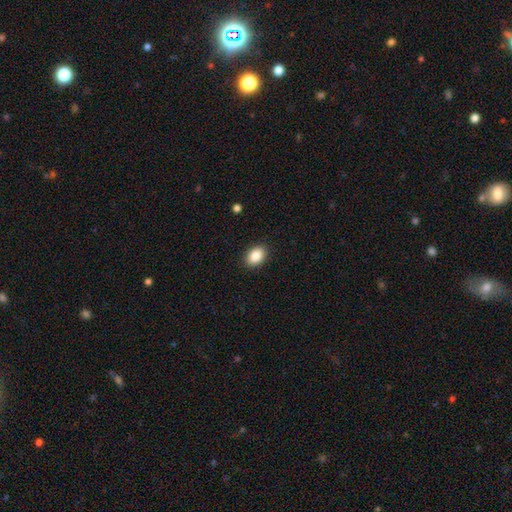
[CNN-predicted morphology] Q: Smooth or featured?
A: smooth (88%); runner-up: star or artifact (8%)
Q: How rounded?
A: in between (82%); runner-up: round (17%)
Q: Merging?
A: none (89%); runner-up: minor disturbance (8%)